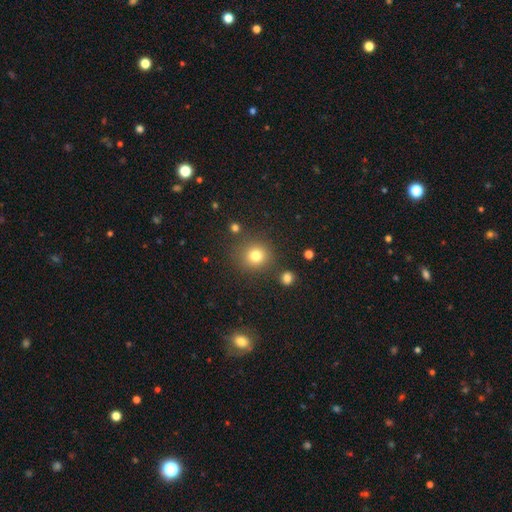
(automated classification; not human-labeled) A smooth galaxy with no disk features (79%) that is round (89%). Merging: none (84%).